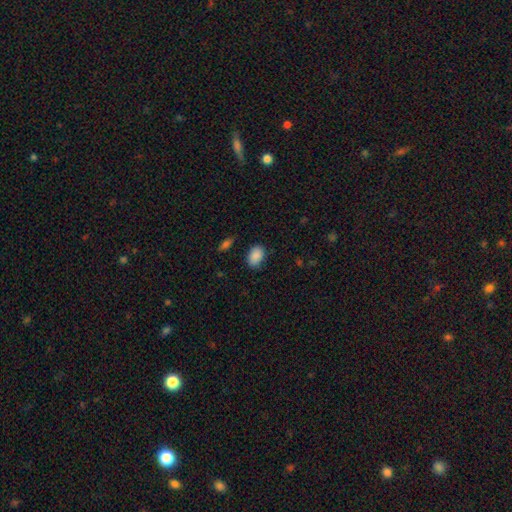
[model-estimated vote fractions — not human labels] Smooth or featured?
  - smooth: 89% *
  - star or artifact: 7%
  - featured or disk: 4%
How rounded?
  - in between: 87% *
  - round: 11%
  - cigar-shaped: 1%
Merging?
  - none: 82% *
  - minor disturbance: 13%
  - major disturbance: 3%
  - merger: 2%